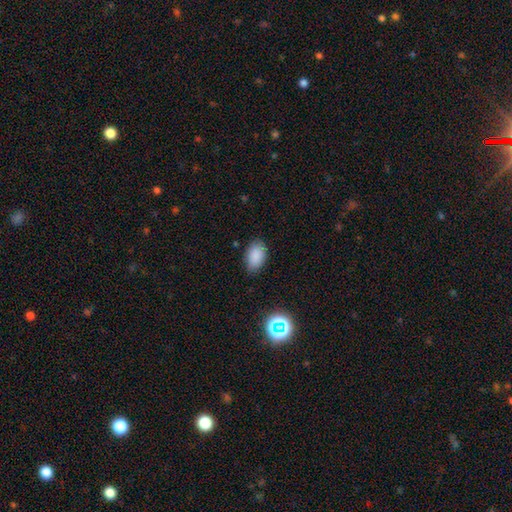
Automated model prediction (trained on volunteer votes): Overall: smooth (87%). How rounded: in between (91%). Merging: none (83%).